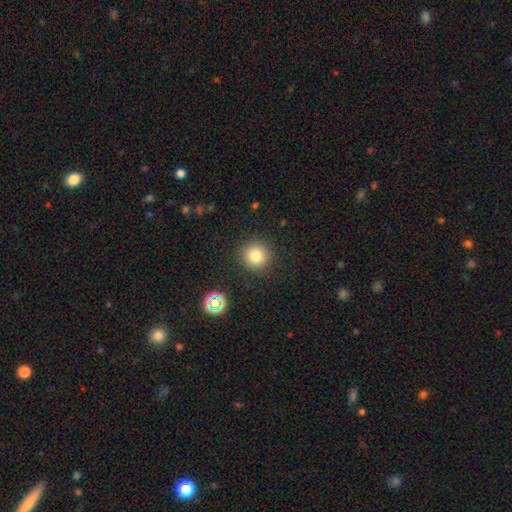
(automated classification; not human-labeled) Smooth or featured: smooth — 81% (star or artifact — 13%)
How rounded: round — 94% (in between — 5%)
Merging: none — 90% (minor disturbance — 6%)